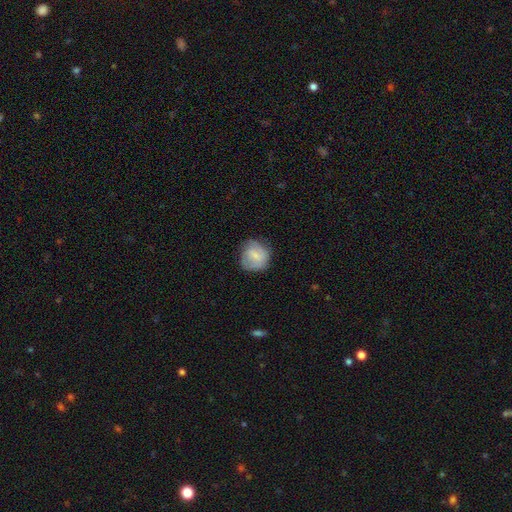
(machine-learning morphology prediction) Overall: smooth (64%; featured or disk 29%). How rounded: round (83%). Merging: none (67%).